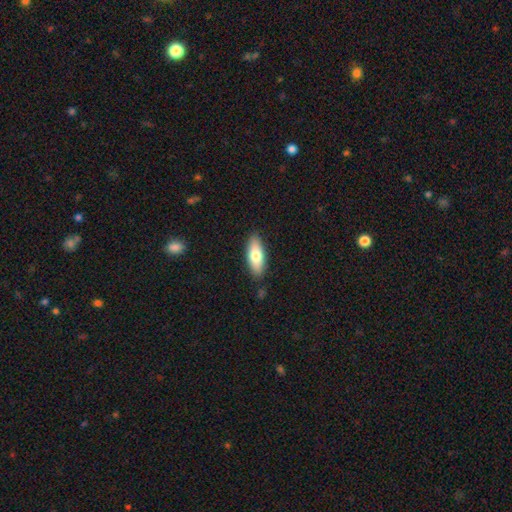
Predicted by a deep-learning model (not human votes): This is likely a smooth galaxy (73%). How rounded: likely in between (72%). Merging: clearly none (87%).